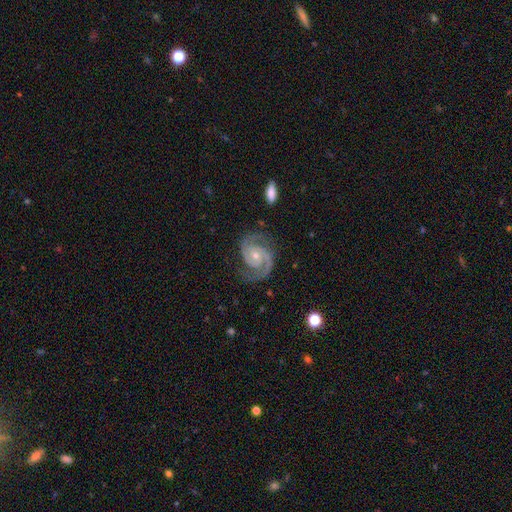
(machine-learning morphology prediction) A featured or disk galaxy (93%) with no bar (61%), 2 (92%) tight (48%) spiral arms (99%) and a small central bulge (58%). Merging: none (81%).